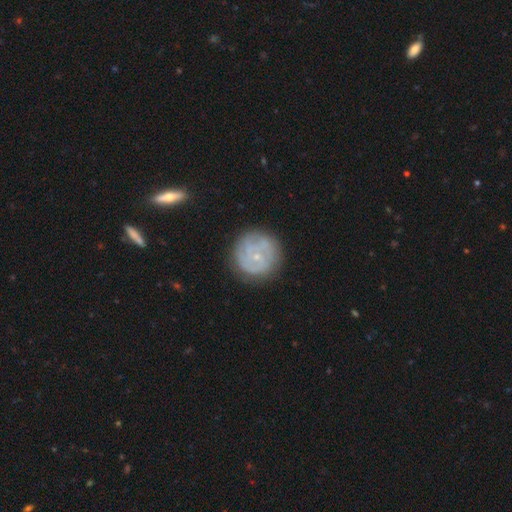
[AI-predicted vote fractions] Q: Smooth or featured?
A: featured or disk (67%); runner-up: smooth (26%)
Q: Edge-on disk?
A: no (98%); runner-up: yes (2%)
Q: Bar?
A: no (76%); runner-up: weak (21%)
Q: Spiral arms?
A: yes (78%); runner-up: no (22%)
Q: Spiral winding?
A: tight (65%); runner-up: medium (26%)
Q: Spiral arm count?
A: can't tell (41%); runner-up: 2 (22%)
Q: Bulge size?
A: small (79%); runner-up: moderate (15%)
Q: Merging?
A: none (78%); runner-up: minor disturbance (14%)